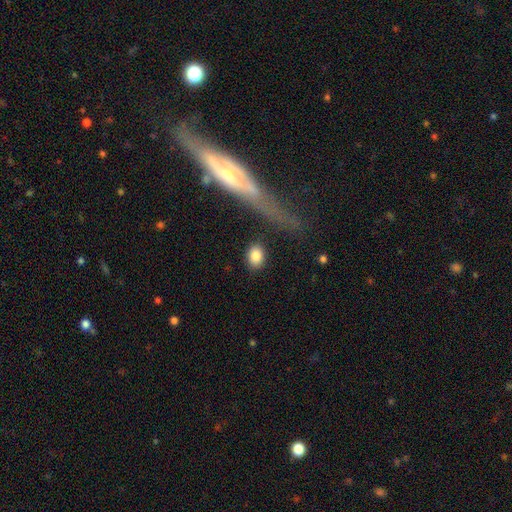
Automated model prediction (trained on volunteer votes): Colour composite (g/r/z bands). It shows a smooth galaxy with no disk features (85%) that is in between round and cigar-shaped (68%). Merging: none (83%).